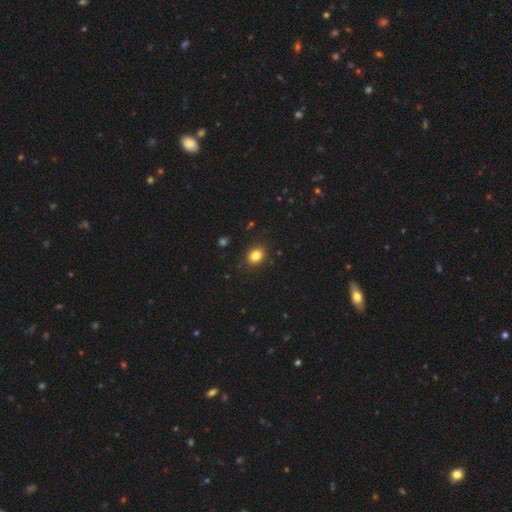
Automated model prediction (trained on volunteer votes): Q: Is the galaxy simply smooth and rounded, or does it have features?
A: smooth — 83%.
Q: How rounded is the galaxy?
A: in between — 51%.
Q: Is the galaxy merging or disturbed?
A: none — 88%.